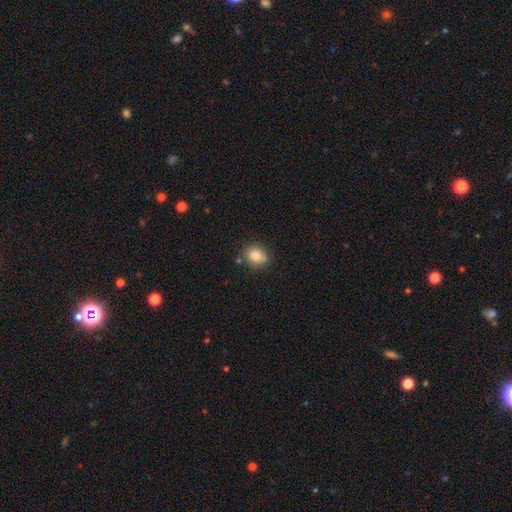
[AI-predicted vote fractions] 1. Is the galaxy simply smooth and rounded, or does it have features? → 82% smooth, 10% star or artifact, 8% featured or disk.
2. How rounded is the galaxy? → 72% round, 27% in between, 1% cigar-shaped.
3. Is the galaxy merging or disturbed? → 76% none, 15% minor disturbance, 6% merger, 3% major disturbance.